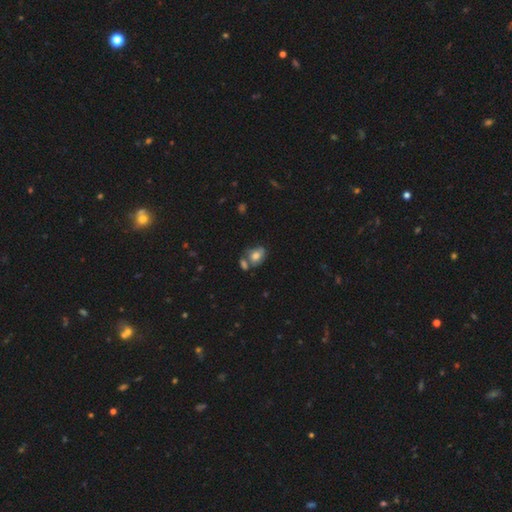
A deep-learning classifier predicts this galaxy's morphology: Overall: smooth (68%). How rounded: in between (74%). Merging: none (42%; merger 31%).